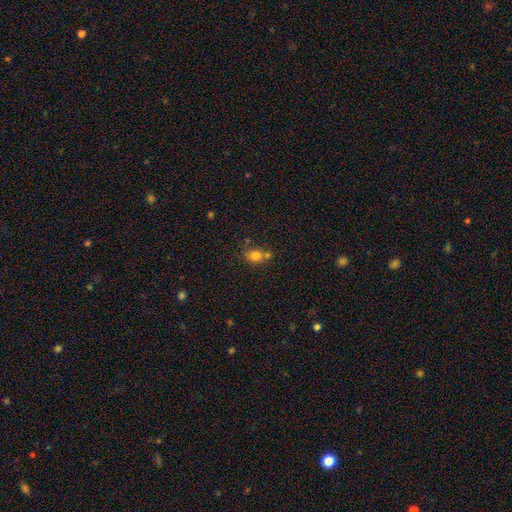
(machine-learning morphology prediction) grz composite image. It shows a smooth galaxy with no disk features (79%) that is round (56%). Merging: none (54%).